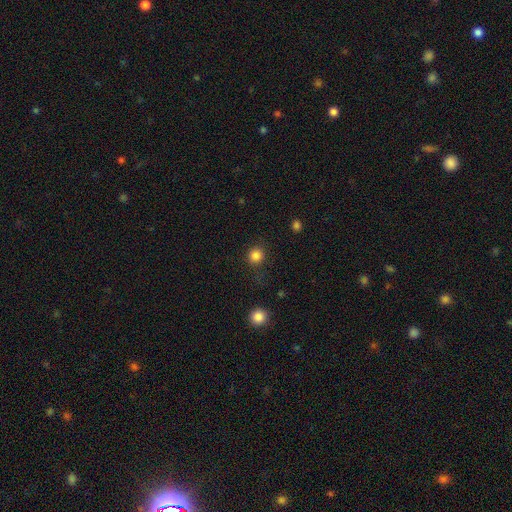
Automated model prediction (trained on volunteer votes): Smooth or featured? Predicted: smooth (p=0.84). How rounded? Predicted: round (p=0.92). Merging? Predicted: none (p=0.86).